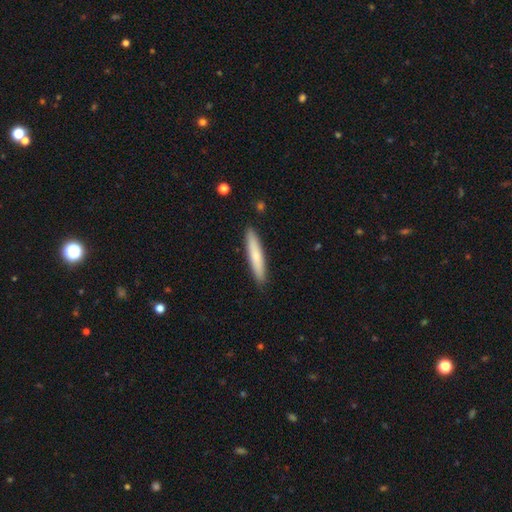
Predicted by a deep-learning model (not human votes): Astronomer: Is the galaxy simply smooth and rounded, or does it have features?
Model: smooth — 70%.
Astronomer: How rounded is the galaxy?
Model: cigar-shaped — 91%.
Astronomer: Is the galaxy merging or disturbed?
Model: none — 90%.